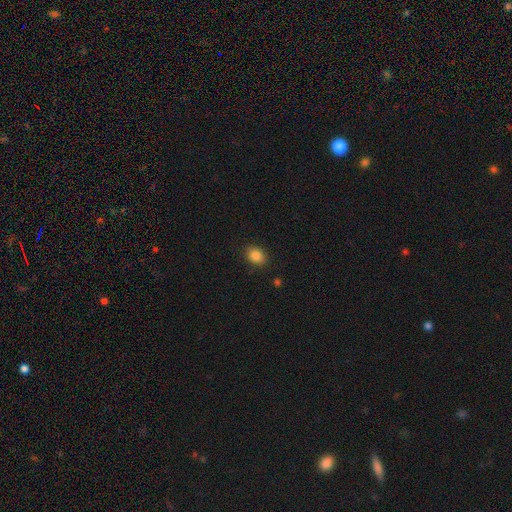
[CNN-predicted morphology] The model was most divided on "how rounded": in between: 62%, round: 37%, cigar-shaped: 1%. More confident: merging — none (86%); smooth or featured — smooth (85%).